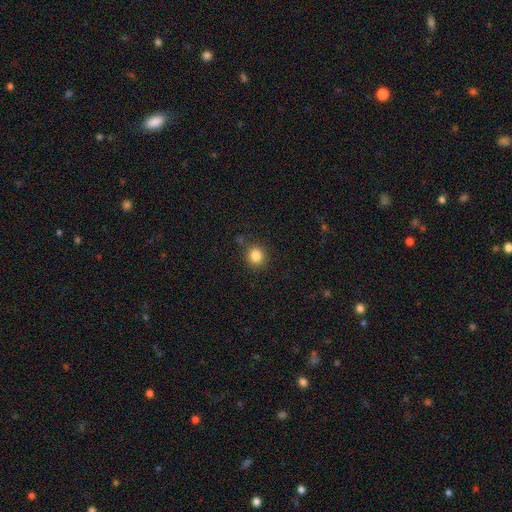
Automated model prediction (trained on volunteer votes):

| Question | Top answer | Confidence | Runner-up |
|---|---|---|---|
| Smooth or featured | smooth | 84% | star or artifact (11%) |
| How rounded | round | 86% | in between (13%) |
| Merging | none | 85% | minor disturbance (9%) |